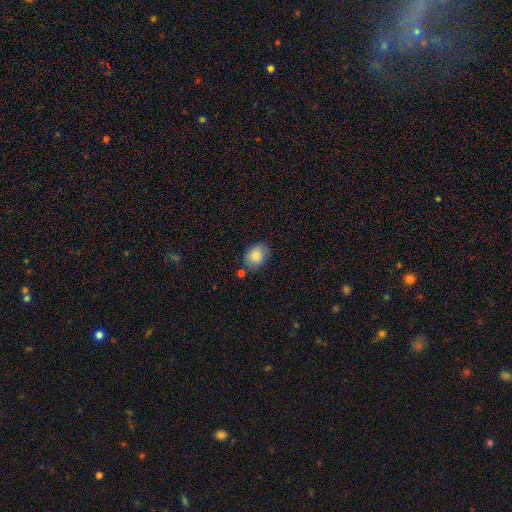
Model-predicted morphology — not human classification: The model was most divided on "how rounded": in between: 71%, round: 28%, cigar-shaped: 1%. More confident: smooth or featured — smooth (85%); merging — none (76%).